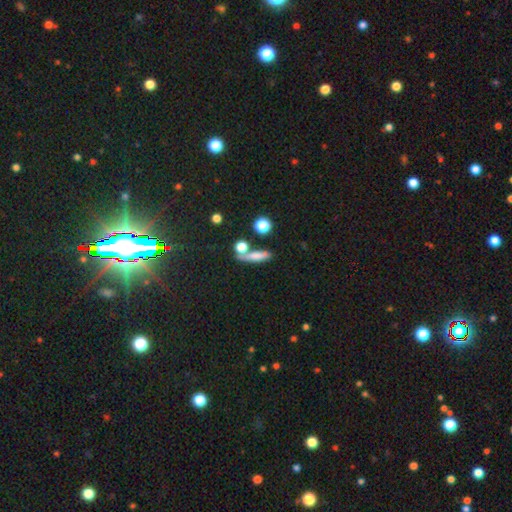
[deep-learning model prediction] A smooth galaxy with no disk features (71%) that is cigar-shaped (61%).

Vote fractions:
- Smooth or featured? smooth: 71% / featured or disk: 16% / star or artifact: 13%
- How rounded? cigar-shaped: 61% / in between: 23% / round: 16%
- Merging? none: 64% / merger: 17% / minor disturbance: 13% / major disturbance: 6%